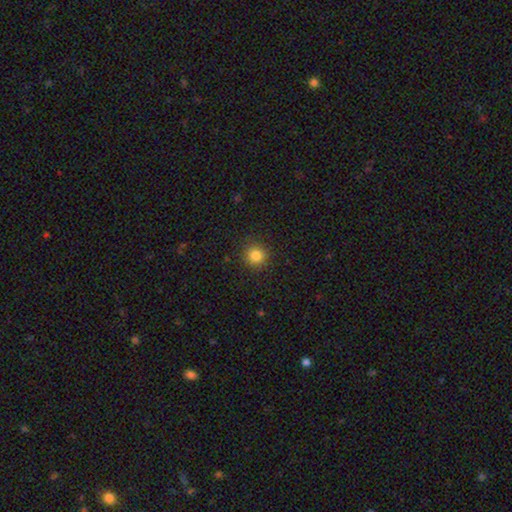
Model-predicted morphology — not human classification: This appears to be a smooth galaxy with no disk features (83%) that is round (93%). Merging: none (90%).